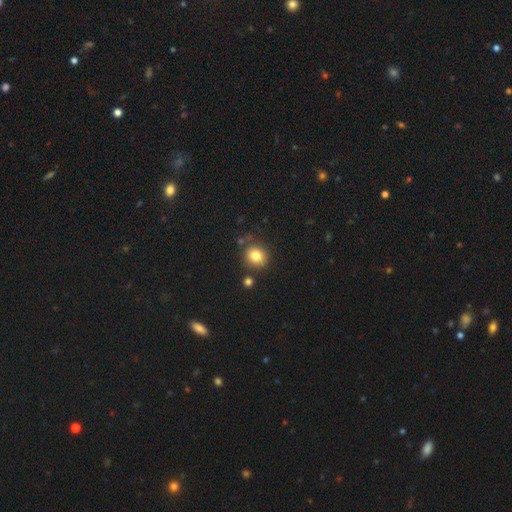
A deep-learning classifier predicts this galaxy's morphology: smooth_or_featured: smooth (p=0.83) [alt: star or artifact p=0.10]
how_rounded: round (p=0.76) [alt: in between p=0.23]
merging: none (p=0.78) [alt: minor disturbance p=0.11]